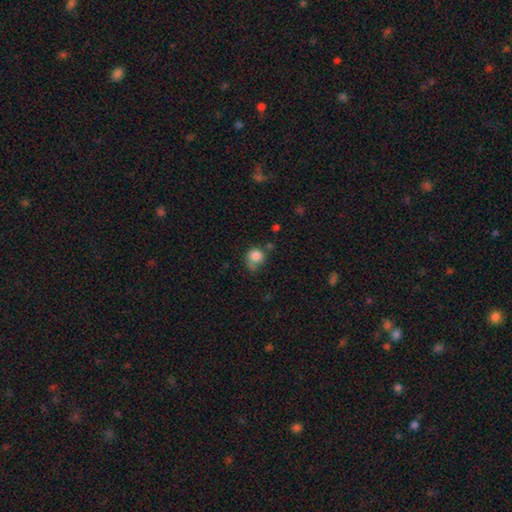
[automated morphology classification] Smooth or featured?
  - smooth: 80% *
  - featured or disk: 10%
  - star or artifact: 9%
How rounded?
  - round: 73% *
  - in between: 26%
  - cigar-shaped: 1%
Merging?
  - none: 41% *
  - minor disturbance: 31%
  - major disturbance: 20%
  - merger: 9%